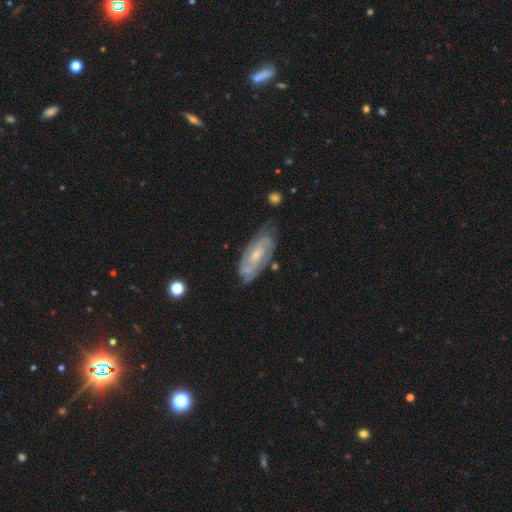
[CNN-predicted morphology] A featured or disk galaxy (80%) with no bar (48%), 2 (49%) tight (56%) spiral arms (94%) and a small central bulge (59%).

Vote fractions:
- Smooth or featured? featured or disk: 80% / smooth: 14% / star or artifact: 6%
- Edge-on disk? no: 91% / yes: 9%
- Bar? no: 48% / weak: 41% / strong: 11%
- Spiral arms? yes: 94% / no: 6%
- Spiral winding? tight: 56% / medium: 35% / loose: 9%
- Spiral arm count? 2: 49% / can't tell: 27% / 3: 14% / 4: 4% / 1: 3% / more than 4: 3%
- Bulge size? small: 59% / moderate: 35% / none: 4% / large: 2% / dominant: 1%
- Merging? none: 73% / minor disturbance: 20% / major disturbance: 5% / merger: 2%